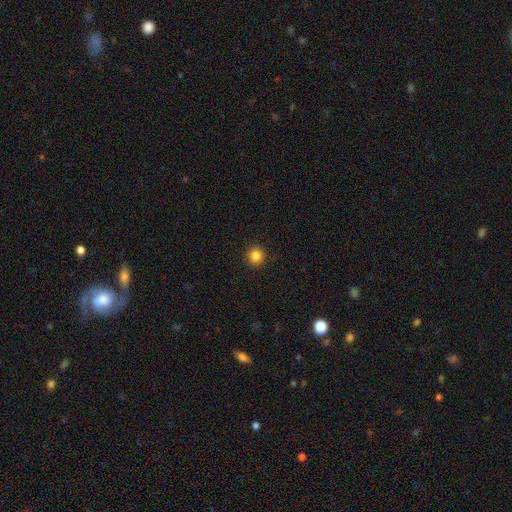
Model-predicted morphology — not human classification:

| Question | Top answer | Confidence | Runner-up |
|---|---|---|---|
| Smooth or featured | smooth | 84% | star or artifact (11%) |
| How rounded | round | 92% | in between (7%) |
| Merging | none | 92% | minor disturbance (6%) |